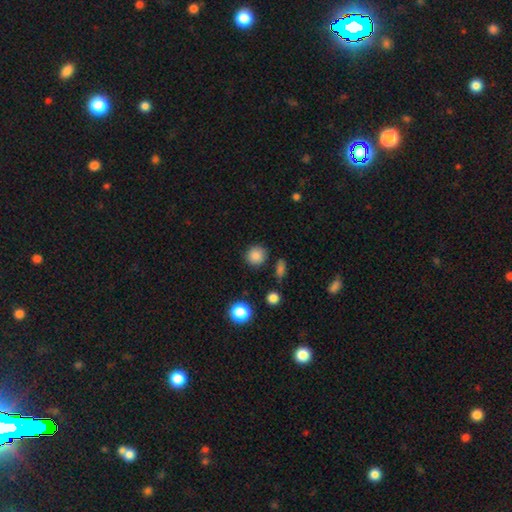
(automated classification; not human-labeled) Smooth or featured? smooth (85%)
How rounded? round (89%)
Merging? none (85%)